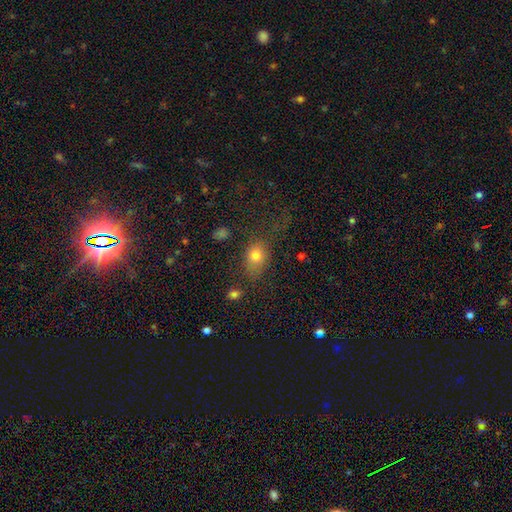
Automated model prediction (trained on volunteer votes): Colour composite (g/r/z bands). It shows a smooth galaxy with no disk features (78%) that is in between round and cigar-shaped (67%). Merging: none (58%).